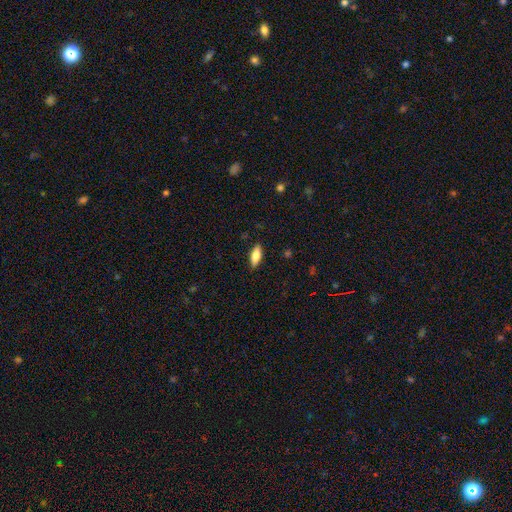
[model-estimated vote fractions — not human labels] smooth_or_featured: smooth (p=0.73) [alt: featured or disk p=0.21]
how_rounded: in between (p=0.71) [alt: cigar-shaped p=0.27]
merging: none (p=0.87) [alt: minor disturbance p=0.10]